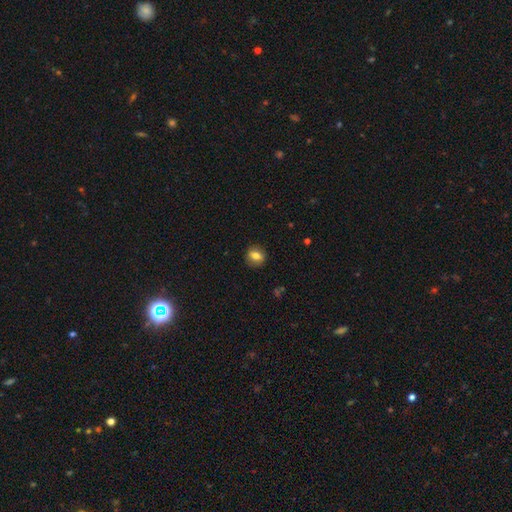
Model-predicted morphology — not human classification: smooth_or_featured: smooth (p=0.76) [alt: featured or disk p=0.15]
how_rounded: round (p=0.59) [alt: in between p=0.39]
merging: none (p=0.87) [alt: minor disturbance p=0.09]